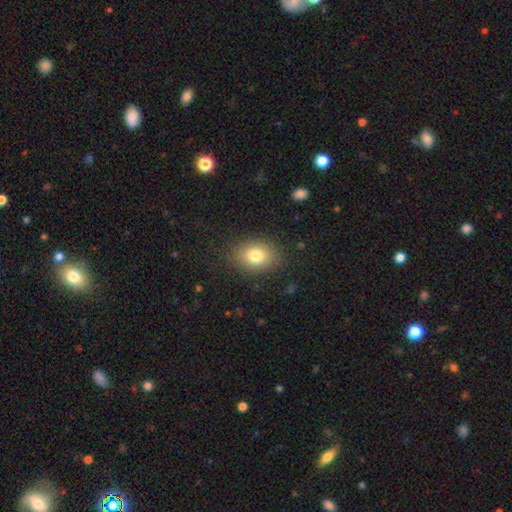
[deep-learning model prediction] Q: Smooth or featured?
A: smooth (79%); runner-up: star or artifact (11%)
Q: How rounded?
A: in between (66%); runner-up: round (33%)
Q: Merging?
A: none (85%); runner-up: minor disturbance (10%)